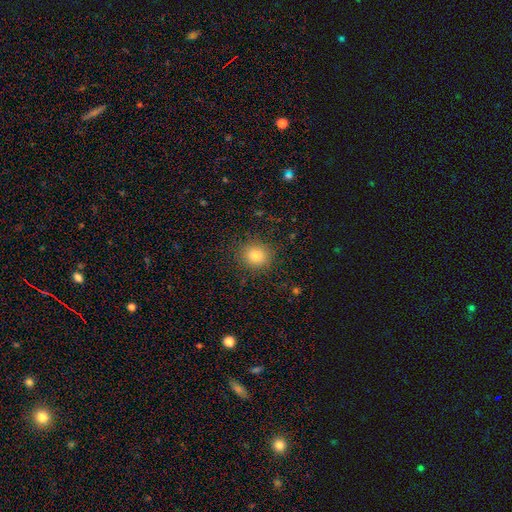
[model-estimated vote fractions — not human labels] Smooth or featured? Predicted: smooth (p=0.81). How rounded? Predicted: round (p=0.77). Merging? Predicted: none (p=0.87).